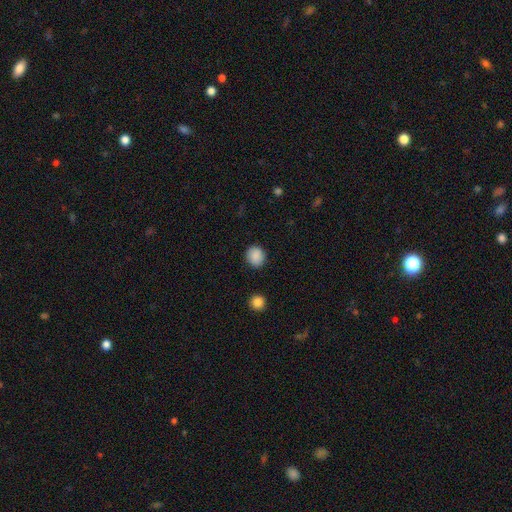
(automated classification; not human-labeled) Morphology: type=smooth (88%); roundness=round (85%); merging=none (88%).